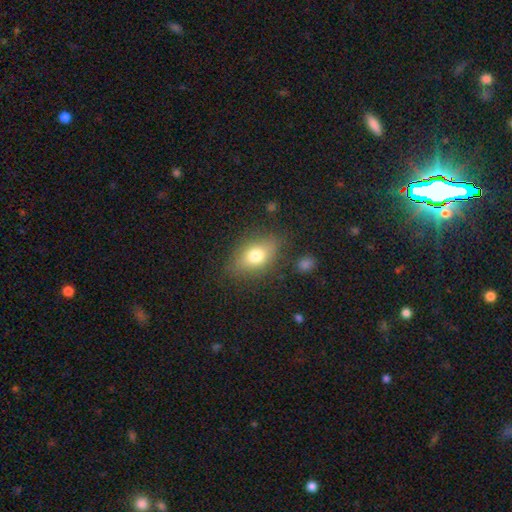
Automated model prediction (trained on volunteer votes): This is likely a smooth galaxy (74%). How rounded: likely in between (80%). Merging: likely none (77%).